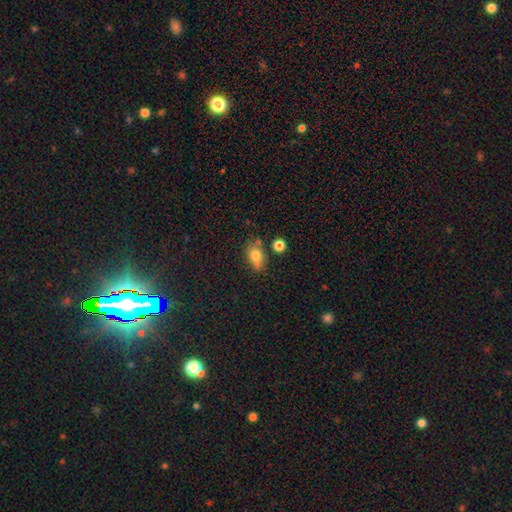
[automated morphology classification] smooth-or-featured: smooth: 76% | featured or disk: 13% | star or artifact: 11%
  how-rounded: in between: 69% | round: 27% | cigar-shaped: 3%
  merging: none: 59% | minor disturbance: 22% | merger: 13% | major disturbance: 6%